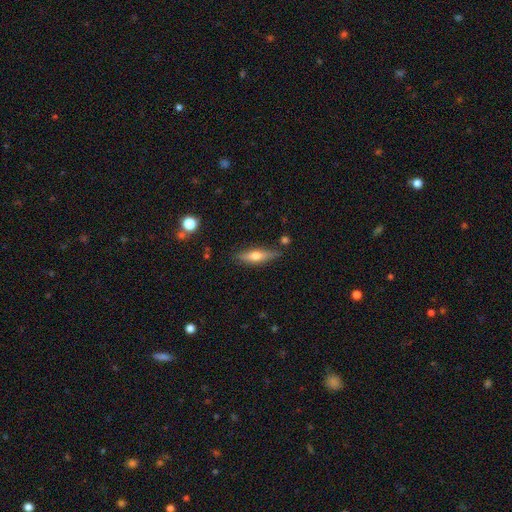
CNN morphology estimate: Smooth or featured?
  - featured or disk: 47% *
  - smooth: 45%
  - star or artifact: 7%
Merging?
  - none: 79% *
  - minor disturbance: 14%
  - merger: 3%
  - major disturbance: 3%